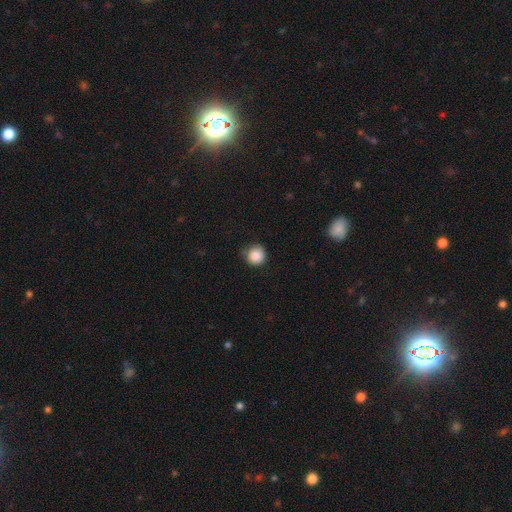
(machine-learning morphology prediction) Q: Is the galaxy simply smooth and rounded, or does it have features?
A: smooth — 88%.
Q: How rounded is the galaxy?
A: round — 93%.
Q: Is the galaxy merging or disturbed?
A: none — 75%.